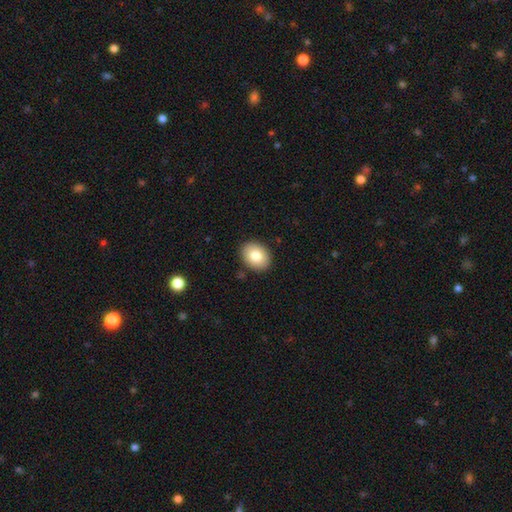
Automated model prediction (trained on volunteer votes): smooth 82%, featured or disk 11%, star or artifact 8%. Down the decision tree: how rounded — in between (65%); merging — none (89%).